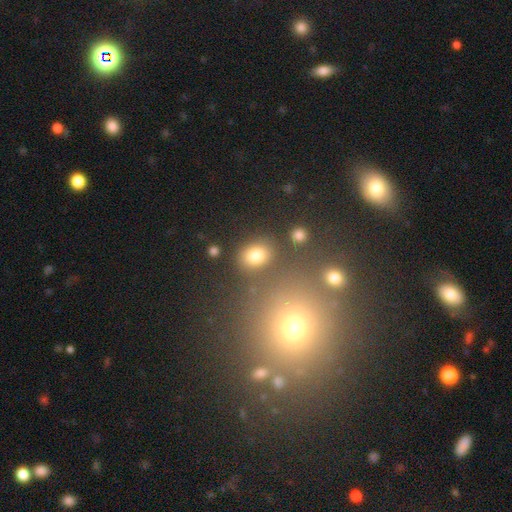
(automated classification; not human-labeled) Q: Smooth or featured?
A: smooth (79%); runner-up: star or artifact (14%)
Q: How rounded?
A: in between (54%); runner-up: round (44%)
Q: Merging?
A: none (76%); runner-up: minor disturbance (12%)